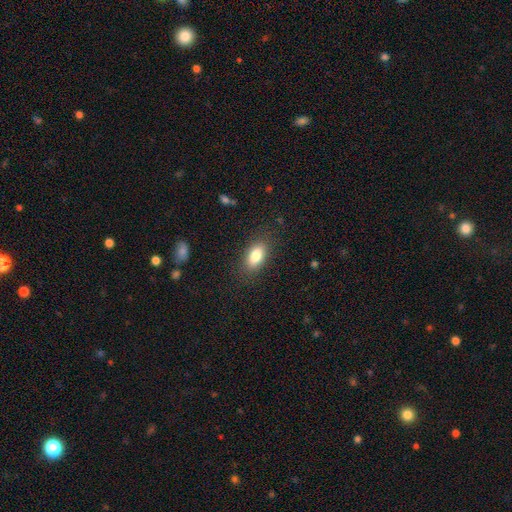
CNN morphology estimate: Q: Smooth or featured?
A: smooth (83%); runner-up: featured or disk (9%)
Q: How rounded?
A: in between (88%); runner-up: cigar-shaped (7%)
Q: Merging?
A: none (85%); runner-up: minor disturbance (11%)